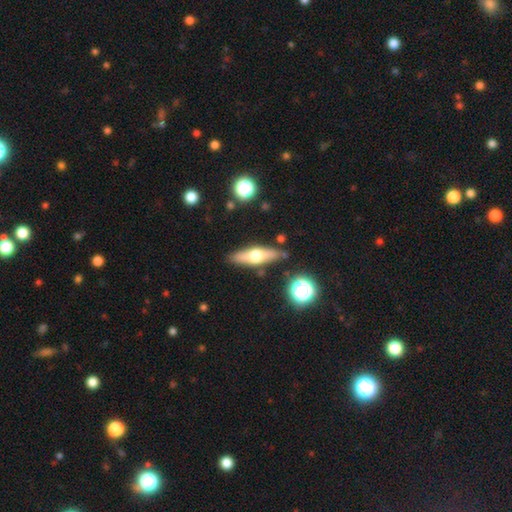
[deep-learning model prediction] A featured or disk galaxy (52%) viewed edge-on (88%). Merging: none (84%).